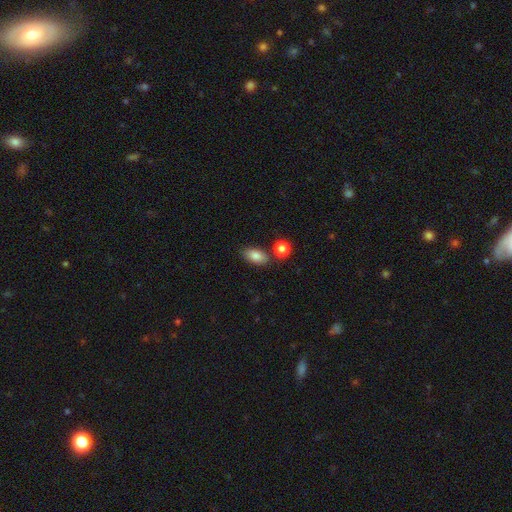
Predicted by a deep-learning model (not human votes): Smooth or featured? smooth (84%)
How rounded? in between (90%)
Merging? none (76%)